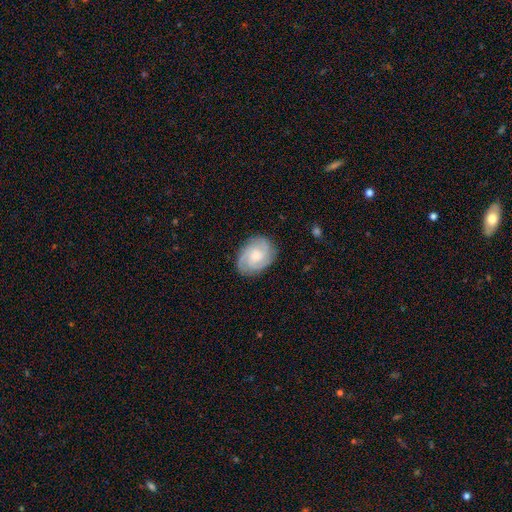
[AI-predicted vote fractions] featured or disk 70%, smooth 24%, star or artifact 6%. Down the decision tree: edge-on disk — no (98%); bar — no (70%); spiral arms — yes (95%); spiral arm count — 3 (42%); spiral winding — tight (56%); bulge size — moderate (49%); merging — none (80%).